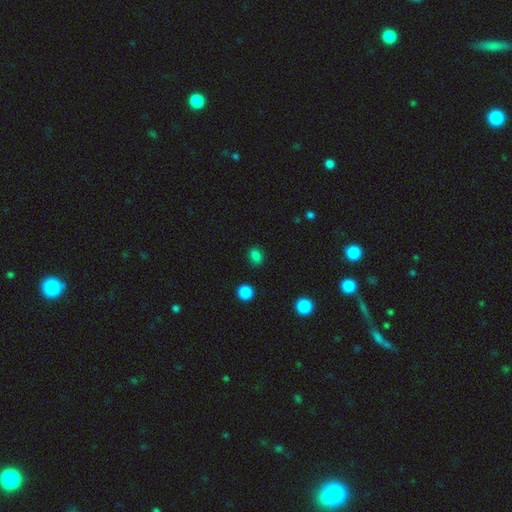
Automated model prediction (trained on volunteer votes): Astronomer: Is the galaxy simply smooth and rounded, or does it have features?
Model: smooth — 82%.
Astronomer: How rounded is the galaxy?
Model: round — 49%, tied with in between at 49%.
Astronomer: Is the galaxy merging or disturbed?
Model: none — 82%.